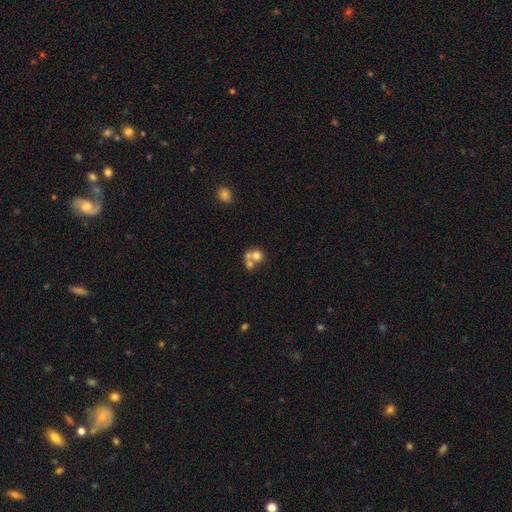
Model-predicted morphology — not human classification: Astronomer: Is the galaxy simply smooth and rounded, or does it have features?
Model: smooth — 65%.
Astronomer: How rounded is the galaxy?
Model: round — 75%.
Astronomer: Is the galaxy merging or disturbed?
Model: merger — 61%.